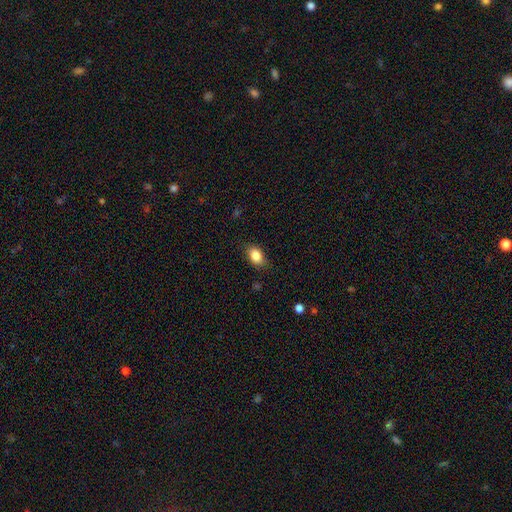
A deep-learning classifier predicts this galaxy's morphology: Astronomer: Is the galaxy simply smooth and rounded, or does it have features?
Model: smooth — 85%.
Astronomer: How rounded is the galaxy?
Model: in between — 81%.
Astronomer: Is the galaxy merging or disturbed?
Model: none — 82%.